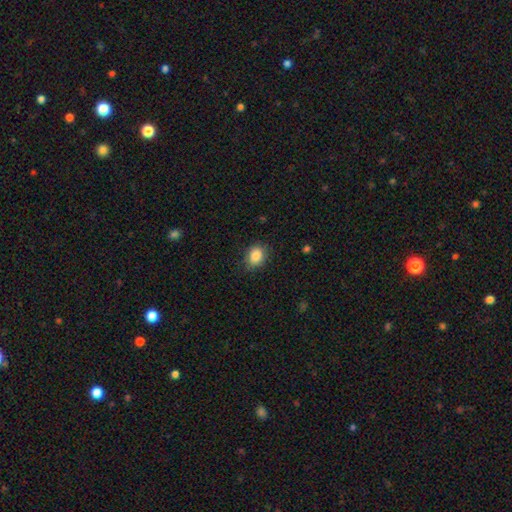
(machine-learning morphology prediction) Overall: smooth (87%). How rounded: in between (52%; round 47%). Merging: none (79%).